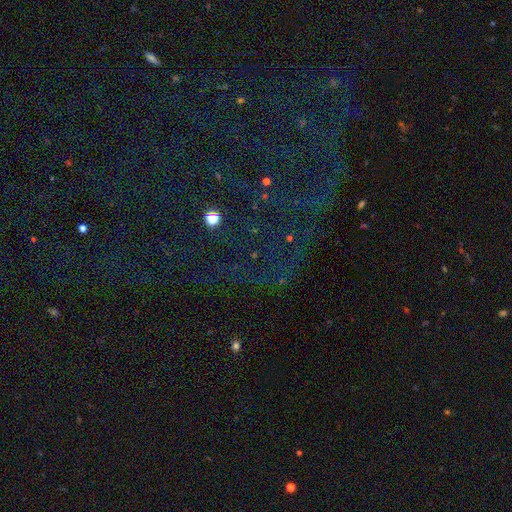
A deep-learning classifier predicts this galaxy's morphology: smooth-or-featured: star or artifact: 83% | smooth: 9% | featured or disk: 8%